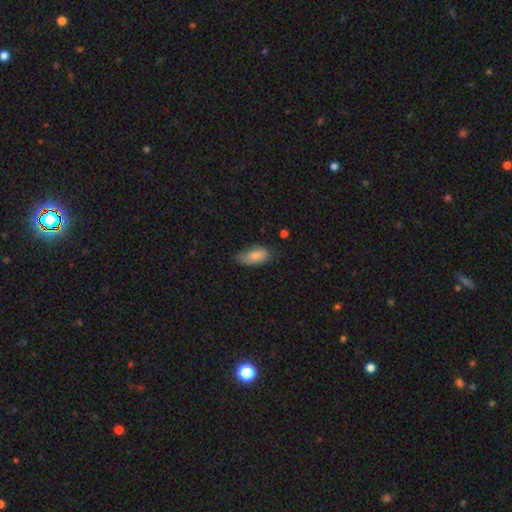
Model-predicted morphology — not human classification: Smooth or featured?
  - smooth: 80% *
  - featured or disk: 13%
  - star or artifact: 7%
How rounded?
  - in between: 91% *
  - cigar-shaped: 6%
  - round: 4%
Merging?
  - none: 44% *
  - minor disturbance: 41%
  - major disturbance: 12%
  - merger: 2%